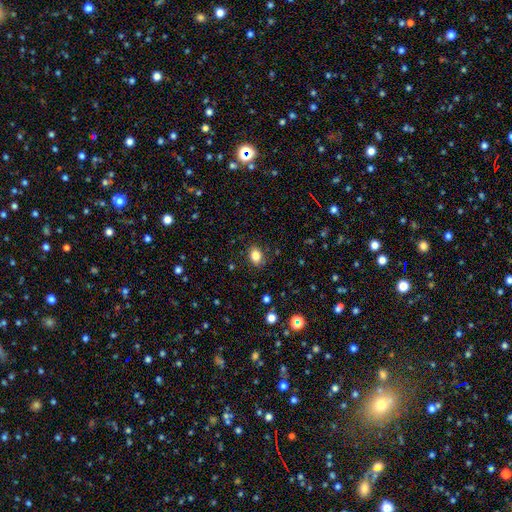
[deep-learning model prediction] This appears to be a smooth galaxy with no disk features (83%) that is in between round and cigar-shaped (70%). Merging: none (84%).